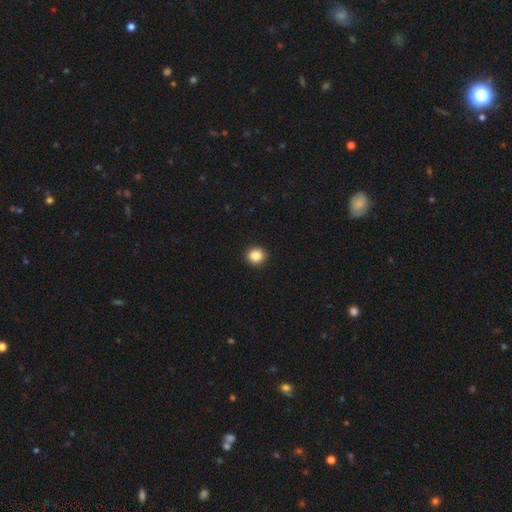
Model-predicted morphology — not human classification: type=smooth (87%); roundness=round (88%); merging=none (92%).